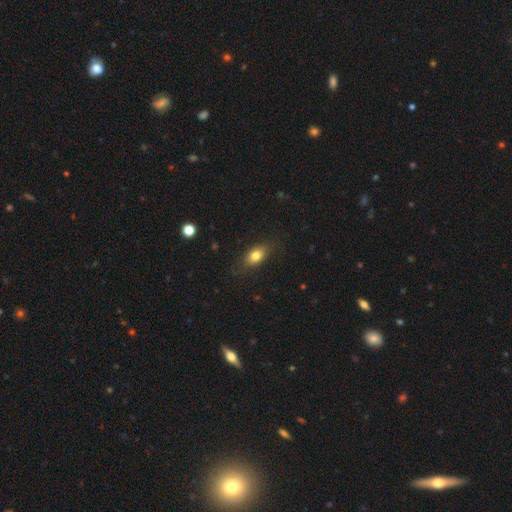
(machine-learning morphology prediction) type=smooth (78%); roundness=in between (82%); merging=none (82%).